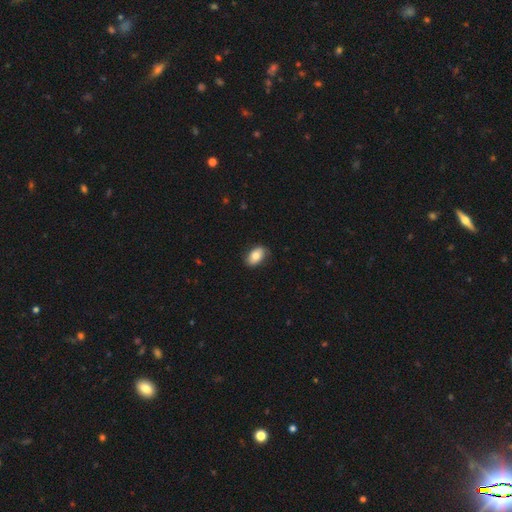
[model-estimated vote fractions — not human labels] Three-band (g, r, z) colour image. It shows a smooth galaxy with no disk features (76%) that is in between round and cigar-shaped (90%). Merging: none (82%).